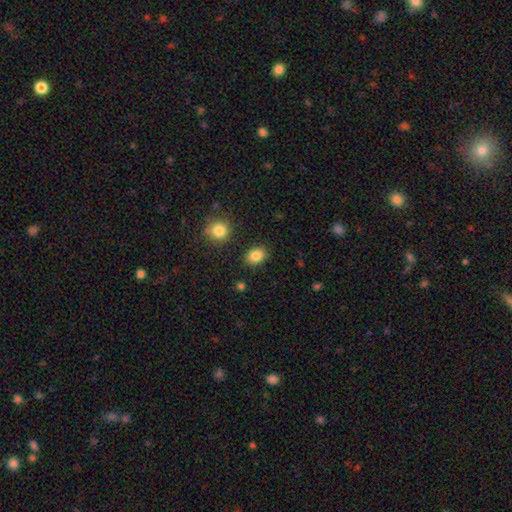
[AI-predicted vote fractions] A smooth galaxy with no disk features (86%) that is in between round and cigar-shaped (63%). Merging: none (86%).